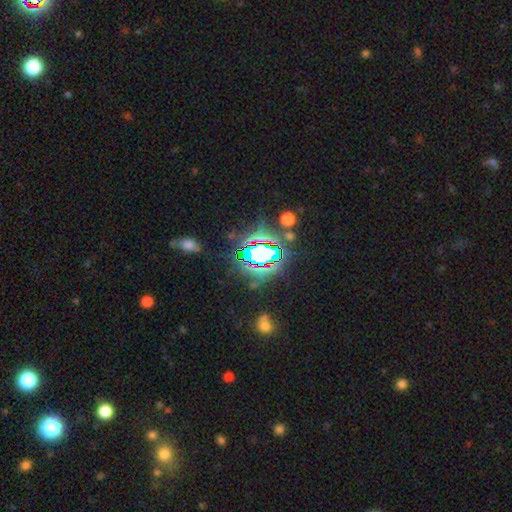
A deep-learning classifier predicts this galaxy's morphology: smooth_or_featured: star or artifact (p=0.71) [alt: smooth p=0.17]